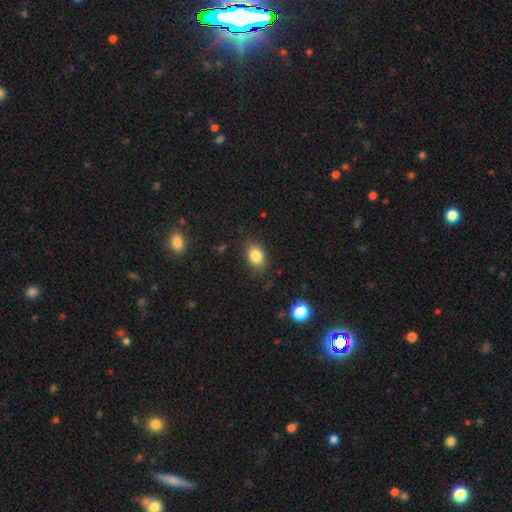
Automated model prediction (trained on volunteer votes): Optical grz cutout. It shows a smooth galaxy with no disk features (84%) that is in between round and cigar-shaped (82%). Merging: none (82%).